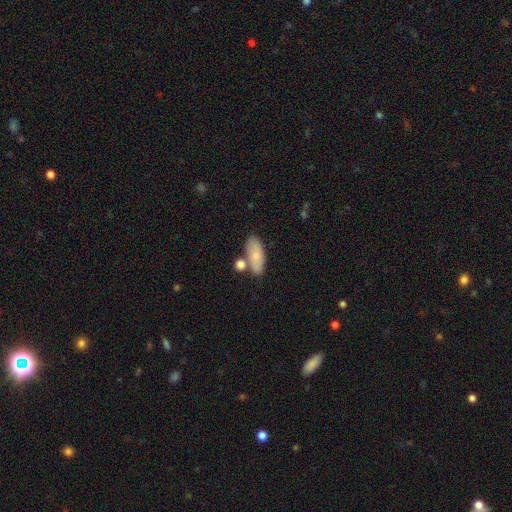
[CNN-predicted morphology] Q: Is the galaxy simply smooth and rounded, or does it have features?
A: smooth — 76%.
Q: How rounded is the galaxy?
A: in between — 84%.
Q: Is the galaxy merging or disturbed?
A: none — 61%.